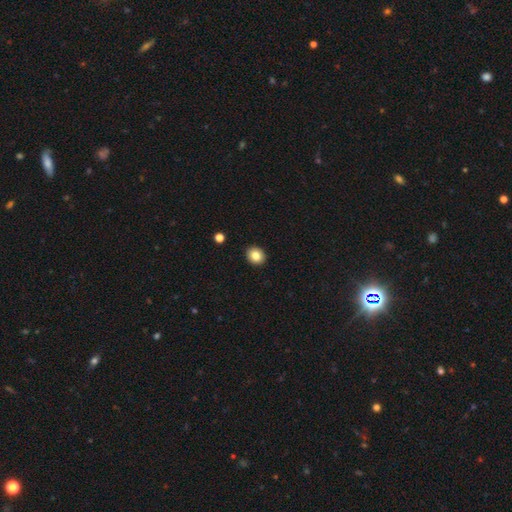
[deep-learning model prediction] Q: Smooth or featured?
A: smooth (83%); runner-up: star or artifact (9%)
Q: How rounded?
A: round (68%); runner-up: in between (32%)
Q: Merging?
A: none (92%); runner-up: minor disturbance (5%)